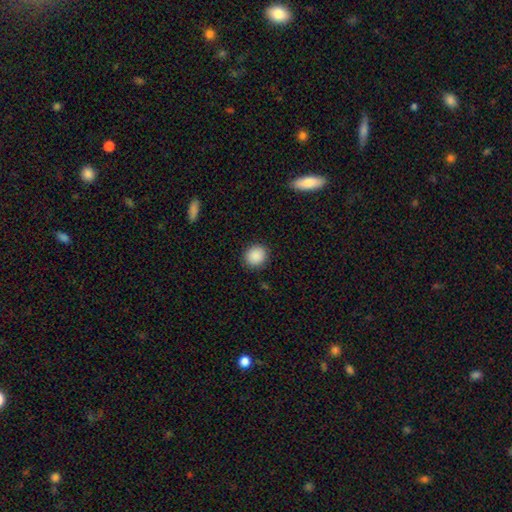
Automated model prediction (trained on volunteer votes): Smooth or featured?
  - smooth: 89% *
  - star or artifact: 8%
  - featured or disk: 3%
How rounded?
  - round: 82% *
  - in between: 17%
  - cigar-shaped: 1%
Merging?
  - none: 90% *
  - minor disturbance: 7%
  - major disturbance: 2%
  - merger: 1%